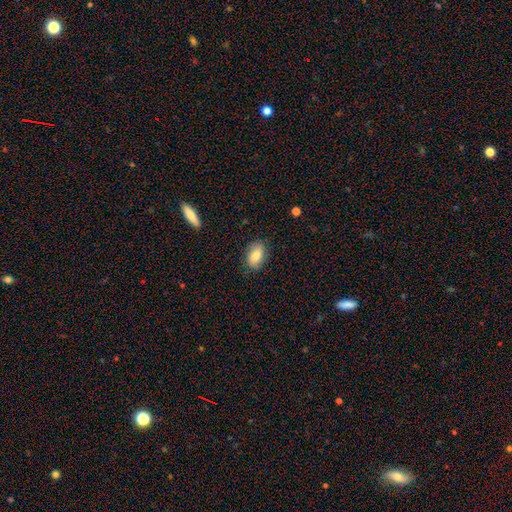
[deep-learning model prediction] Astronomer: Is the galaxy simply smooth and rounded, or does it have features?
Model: smooth — 84%.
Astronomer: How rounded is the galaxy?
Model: in between — 86%.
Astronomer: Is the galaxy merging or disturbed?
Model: none — 82%.